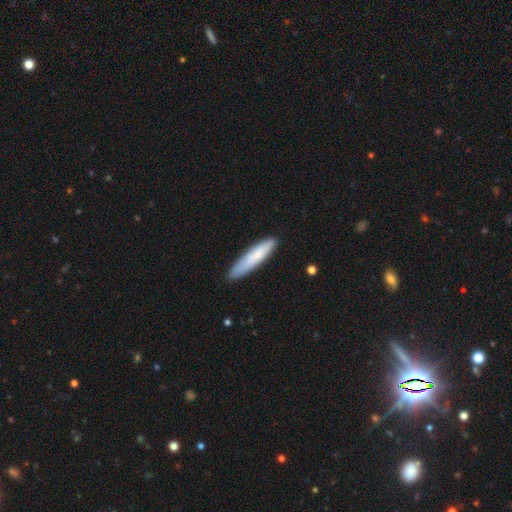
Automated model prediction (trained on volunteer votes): Smooth or featured? Predicted: smooth (p=0.76). How rounded? Predicted: cigar-shaped (p=0.84). Merging? Predicted: none (p=0.82).